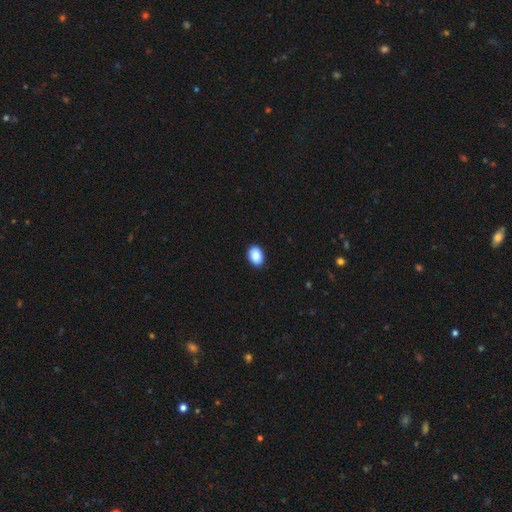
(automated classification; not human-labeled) Smooth or featured?
  - smooth: 89% *
  - star or artifact: 7%
  - featured or disk: 4%
How rounded?
  - in between: 80% *
  - round: 19%
  - cigar-shaped: 1%
Merging?
  - none: 90% *
  - minor disturbance: 7%
  - major disturbance: 2%
  - merger: 1%